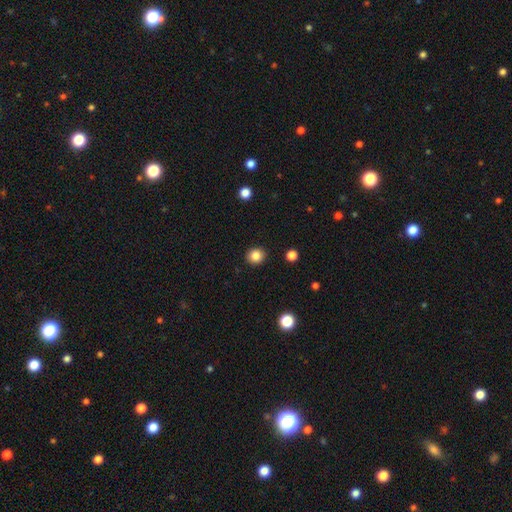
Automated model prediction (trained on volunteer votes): smooth 84%, star or artifact 11%, featured or disk 5%. Down the decision tree: how rounded — round (85%); merging — none (92%).